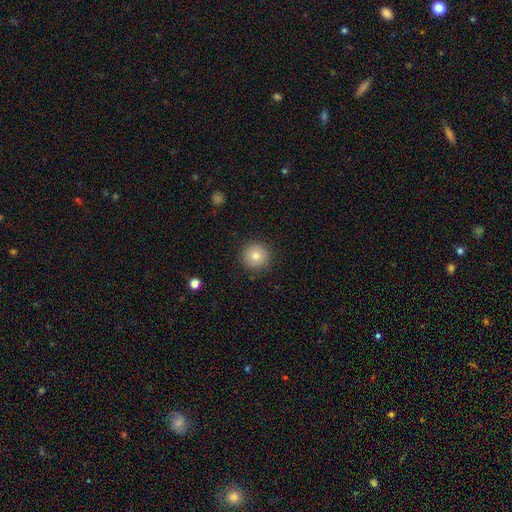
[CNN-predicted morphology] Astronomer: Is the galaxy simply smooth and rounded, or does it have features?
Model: smooth — 79%.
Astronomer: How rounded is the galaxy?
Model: round — 95%.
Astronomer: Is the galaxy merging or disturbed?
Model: none — 88%.